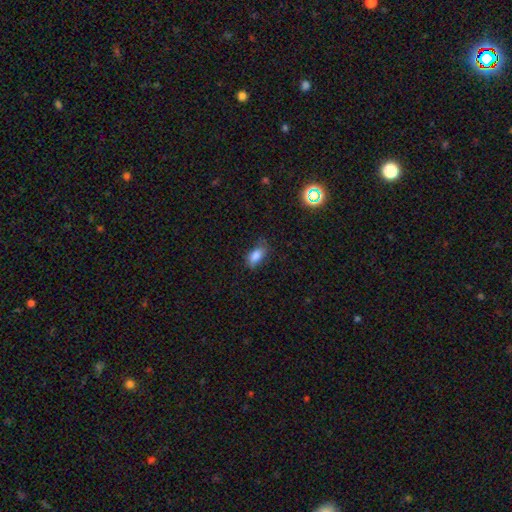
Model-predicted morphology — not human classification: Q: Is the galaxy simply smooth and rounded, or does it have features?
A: smooth — 83%.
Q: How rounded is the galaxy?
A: in between — 89%.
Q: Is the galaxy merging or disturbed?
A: none — 66%.